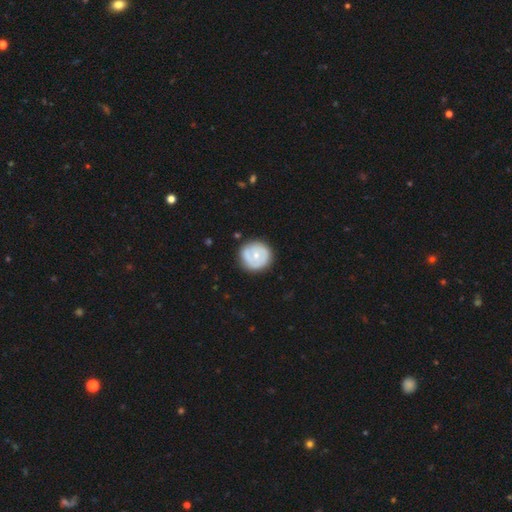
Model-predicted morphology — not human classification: Smooth or featured?
  - smooth: 49% *
  - featured or disk: 45%
  - star or artifact: 5%
Merging?
  - none: 80% *
  - minor disturbance: 15%
  - major disturbance: 4%
  - merger: 2%